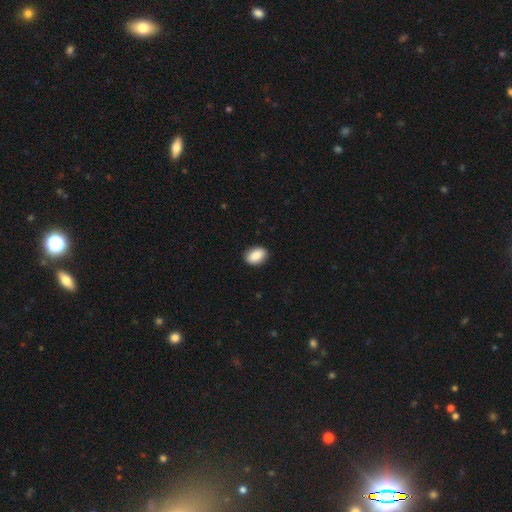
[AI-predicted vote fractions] Q: Smooth or featured?
A: smooth (88%); runner-up: star or artifact (7%)
Q: How rounded?
A: in between (85%); runner-up: round (13%)
Q: Merging?
A: none (89%); runner-up: minor disturbance (8%)